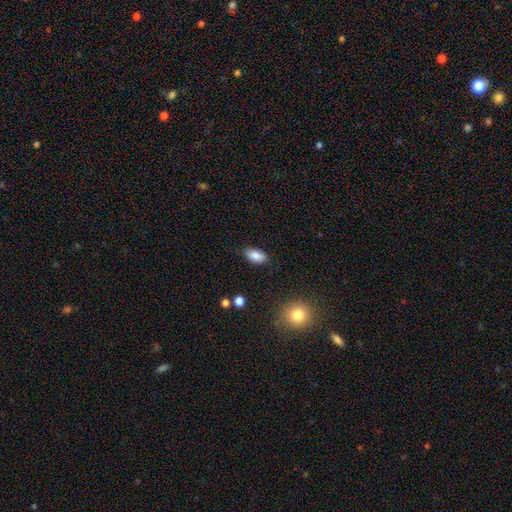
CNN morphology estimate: smooth_or_featured: smooth (p=0.87) [alt: star or artifact p=0.08]
how_rounded: in between (p=0.92) [alt: round p=0.04]
merging: none (p=0.85) [alt: minor disturbance p=0.11]